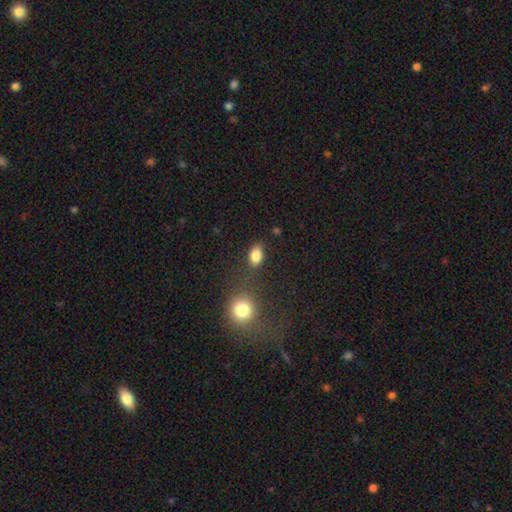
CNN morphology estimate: smooth_or_featured: smooth (p=0.85) [alt: star or artifact p=0.10]
how_rounded: in between (p=0.84) [alt: round p=0.14]
merging: none (p=0.73) [alt: minor disturbance p=0.14]